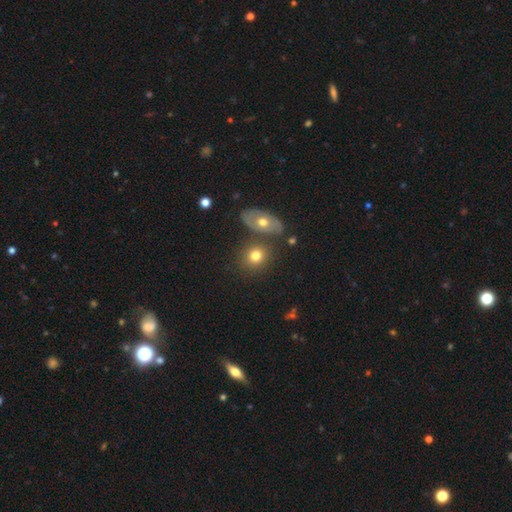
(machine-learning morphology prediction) A smooth galaxy with no disk features (73%) that is round (63%).

Vote fractions:
- Smooth or featured? smooth: 73% / featured or disk: 18% / star or artifact: 10%
- How rounded? round: 63% / in between: 35% / cigar-shaped: 2%
- Merging? none: 68% / merger: 17% / minor disturbance: 12% / major disturbance: 4%